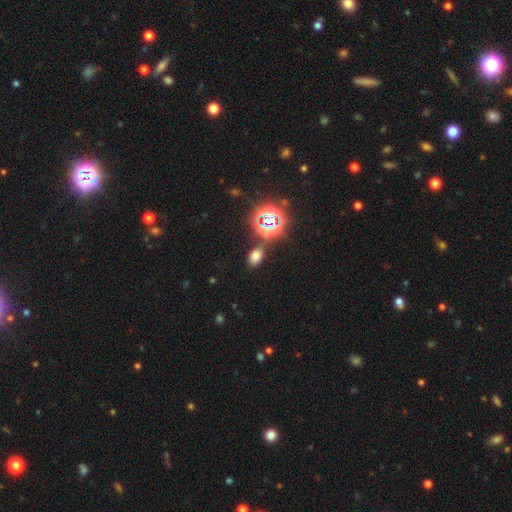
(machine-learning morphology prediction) A smooth galaxy with no disk features (63%) that is in between round and cigar-shaped (80%). Merging: none (80%).